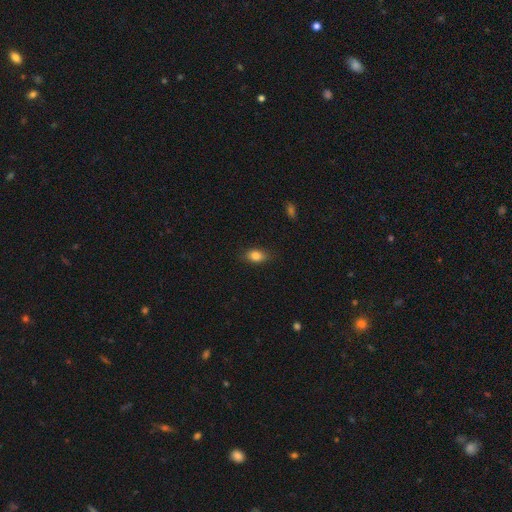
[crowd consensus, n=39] Smooth or featured: smooth — 72% (featured or disk — 21%)
How rounded: in between — 86% (round — 7%)
Merging: none — 83% (minor disturbance — 14%)